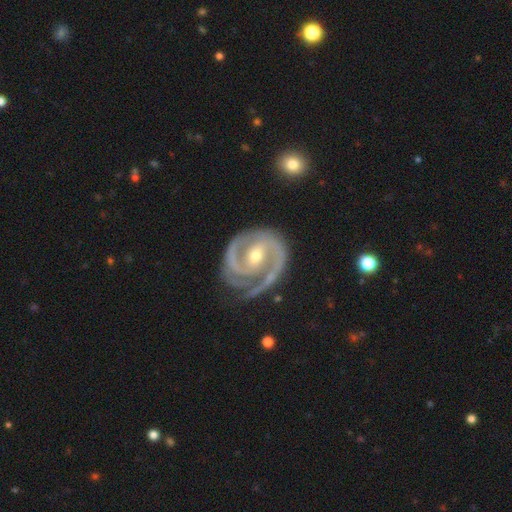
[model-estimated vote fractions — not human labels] smooth-or-featured: featured or disk: 92% | star or artifact: 4% | smooth: 3%
  disk-edge-on: no: 98% | yes: 2%
    bar: weak: 37% | strong: 33% | no: 30%
    has-spiral-arms: yes: 98% | no: 2%
      spiral-winding: tight: 58% | medium: 36% | loose: 6%
      spiral-arm-count: 2: 80% | 1: 7% | 3: 6% | can't tell: 4% | 4: 2% | more than 4: 2%
    bulge-size: moderate: 53% | small: 44% | large: 2% | none: 1% | dominant: 1%
  merging: none: 68% | minor disturbance: 20% | major disturbance: 9% | merger: 3%